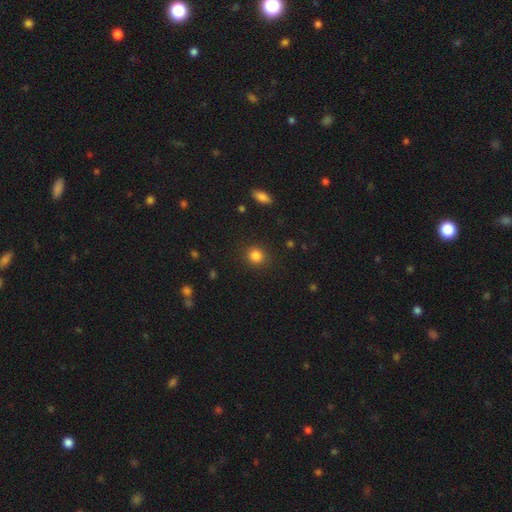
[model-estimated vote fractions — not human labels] A smooth galaxy with no disk features (84%) that is round (88%). Merging: none (90%).